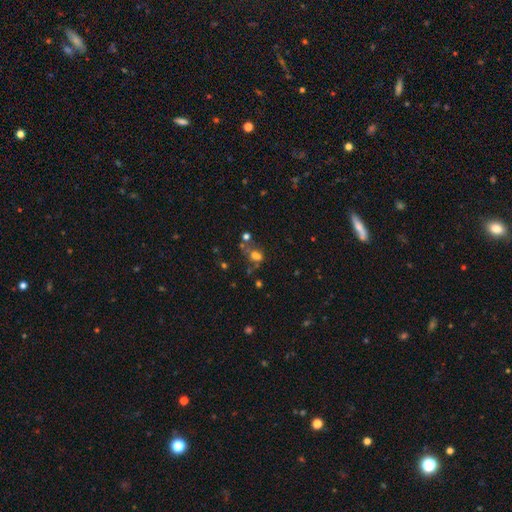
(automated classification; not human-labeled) Smooth or featured?
  - smooth: 49% *
  - star or artifact: 29%
  - featured or disk: 22%
Merging?
  - merger: 35% *
  - none: 34%
  - major disturbance: 17%
  - minor disturbance: 13%